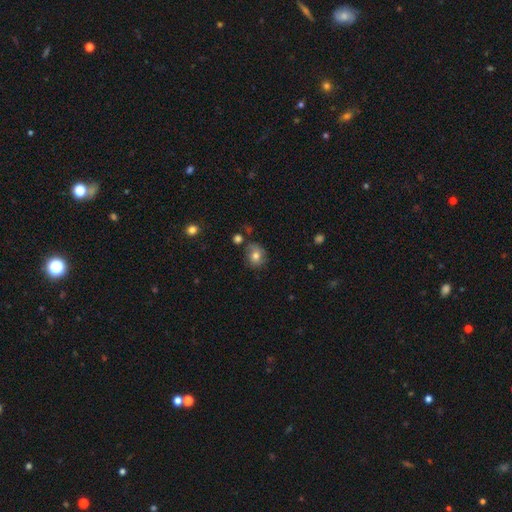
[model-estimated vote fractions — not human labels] A smooth galaxy with no disk features (73%) that is round (77%).

Vote fractions:
- Smooth or featured? smooth: 73% / featured or disk: 16% / star or artifact: 11%
- How rounded? round: 77% / in between: 22% / cigar-shaped: 1%
- Merging? none: 71% / minor disturbance: 19% / merger: 5% / major disturbance: 5%